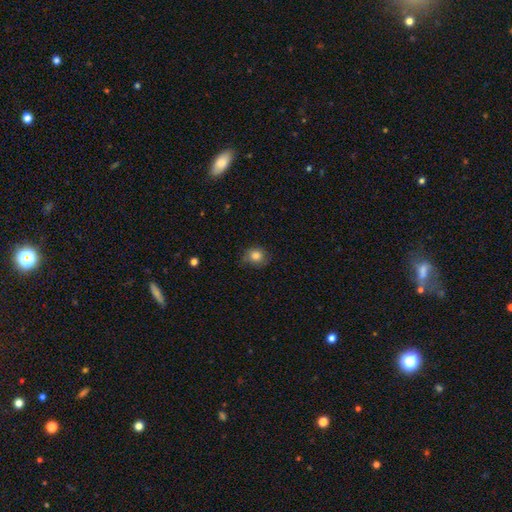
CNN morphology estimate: Smooth or featured?
  - smooth: 83% *
  - star or artifact: 10%
  - featured or disk: 8%
How rounded?
  - round: 74% *
  - in between: 25%
  - cigar-shaped: 1%
Merging?
  - none: 71% *
  - minor disturbance: 22%
  - major disturbance: 5%
  - merger: 1%